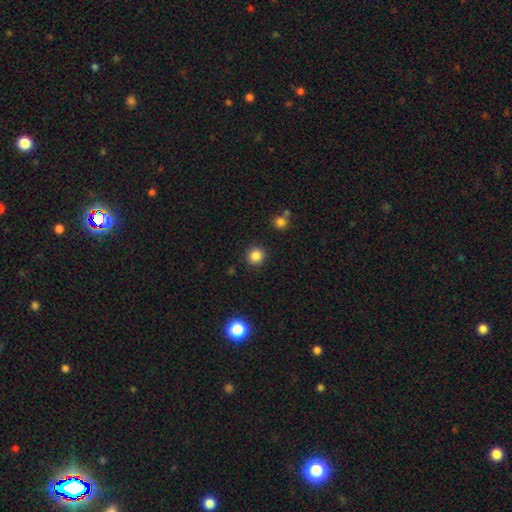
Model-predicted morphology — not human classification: This is clearly a smooth galaxy (85%). How rounded: clearly round (91%). Merging: clearly none (90%).